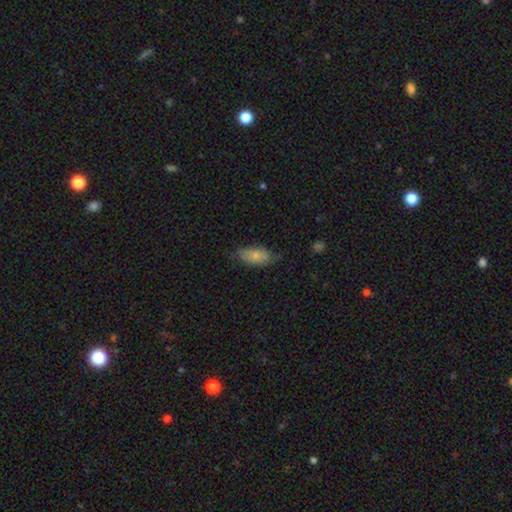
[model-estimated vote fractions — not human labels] smooth-or-featured: smooth: 75% | featured or disk: 18% | star or artifact: 7%
  how-rounded: in between: 89% | cigar-shaped: 8% | round: 3%
  merging: none: 63% | minor disturbance: 29% | major disturbance: 7% | merger: 1%